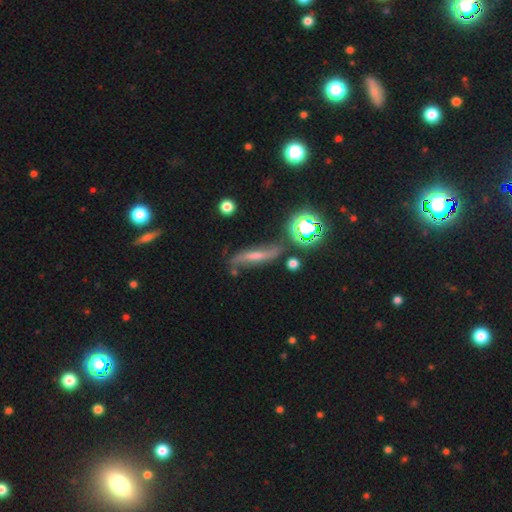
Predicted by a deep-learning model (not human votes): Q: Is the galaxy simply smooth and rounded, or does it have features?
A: featured or disk — 56%.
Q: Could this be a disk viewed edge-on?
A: no — 61%.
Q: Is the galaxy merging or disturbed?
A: none — 62%.